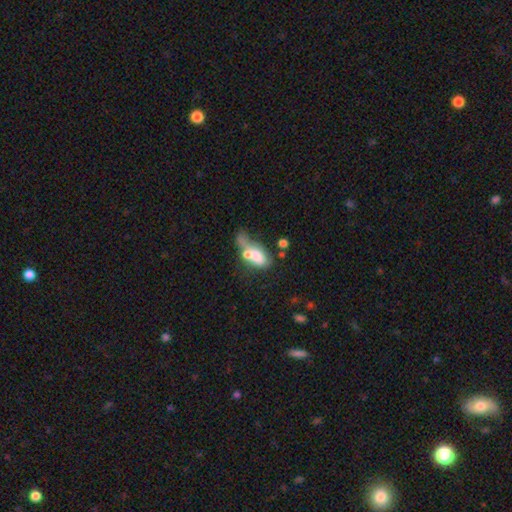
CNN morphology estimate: Smooth or featured?
  - smooth: 60% *
  - featured or disk: 30%
  - star or artifact: 10%
How rounded?
  - in between: 82% *
  - cigar-shaped: 10%
  - round: 9%
Merging?
  - merger: 49% *
  - major disturbance: 22%
  - none: 15%
  - minor disturbance: 14%